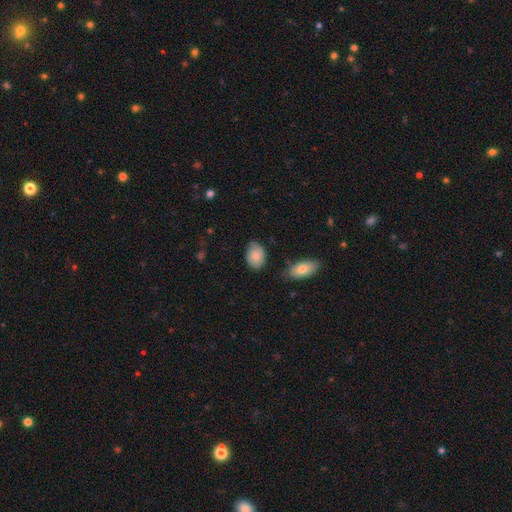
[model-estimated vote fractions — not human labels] This is clearly a smooth galaxy (84%). How rounded: clearly in between (81%). Merging: likely none (68%).